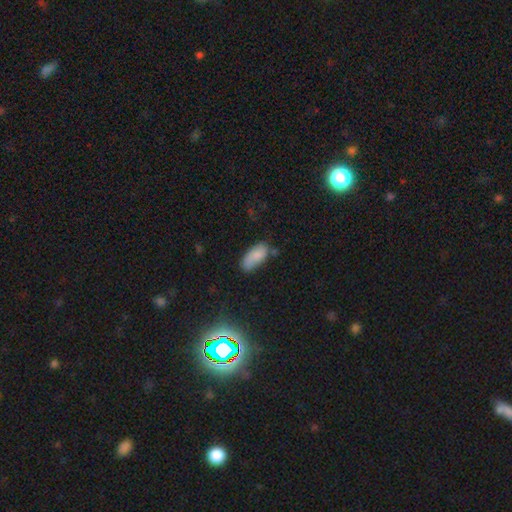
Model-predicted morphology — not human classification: smooth-or-featured: smooth: 82% | featured or disk: 10% | star or artifact: 8%
  how-rounded: in between: 89% | cigar-shaped: 9% | round: 2%
  merging: none: 57% | minor disturbance: 29% | major disturbance: 8% | merger: 7%